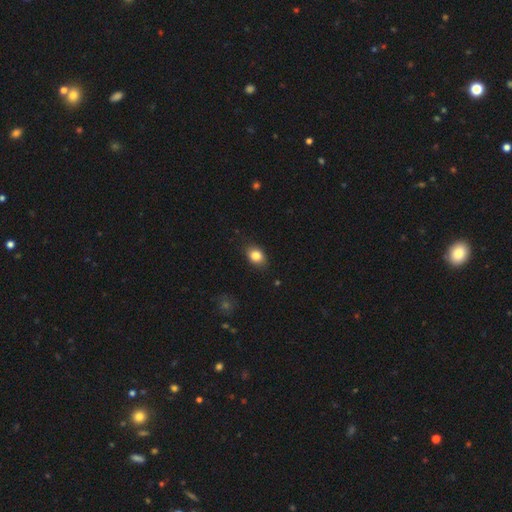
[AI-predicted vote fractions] smooth_or_featured: smooth (p=0.83) [alt: star or artifact p=0.09]
how_rounded: in between (p=0.70) [alt: round p=0.28]
merging: none (p=0.82) [alt: minor disturbance p=0.14]